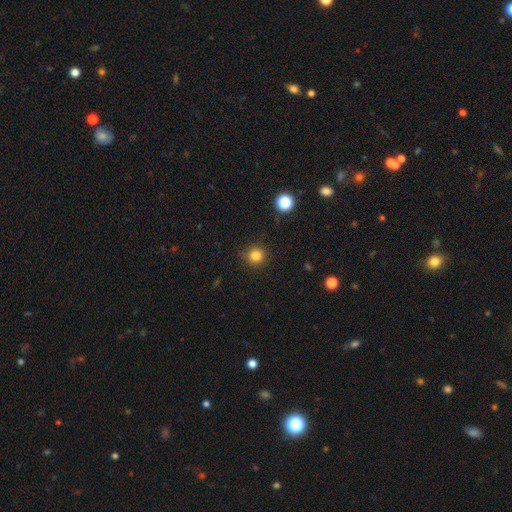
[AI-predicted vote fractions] Q: Smooth or featured?
A: smooth (81%); runner-up: star or artifact (14%)
Q: How rounded?
A: round (93%); runner-up: in between (6%)
Q: Merging?
A: none (87%); runner-up: minor disturbance (9%)